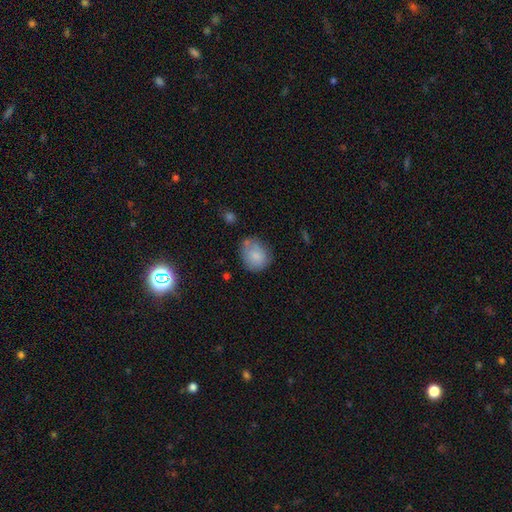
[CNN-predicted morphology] Smooth or featured? smooth (80%)
How rounded? round (64%)
Merging? none (60%)